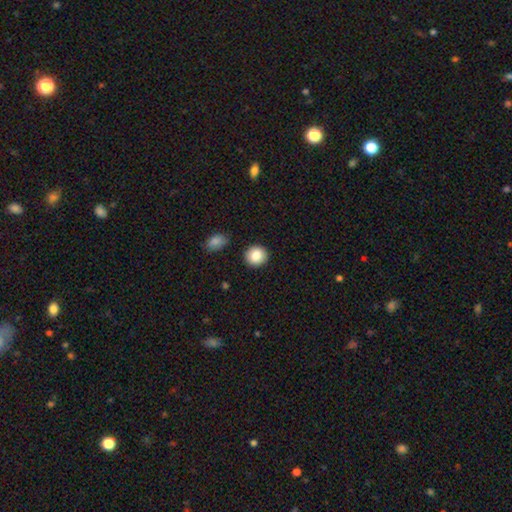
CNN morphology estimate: Smooth or featured?
  - smooth: 86% *
  - star or artifact: 8%
  - featured or disk: 6%
How rounded?
  - round: 87% *
  - in between: 12%
  - cigar-shaped: 1%
Merging?
  - none: 89% *
  - minor disturbance: 7%
  - merger: 2%
  - major disturbance: 2%